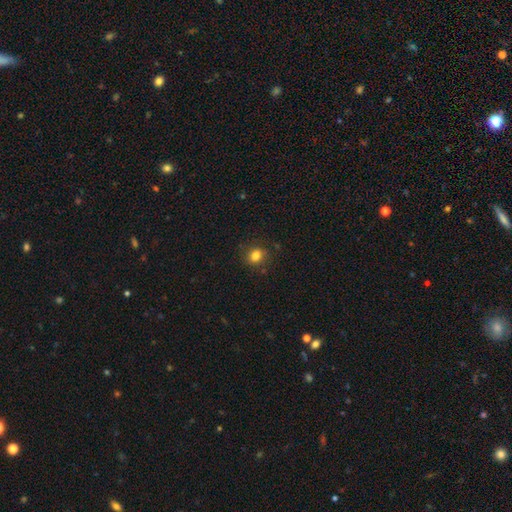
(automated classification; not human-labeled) The model was most divided on "how rounded": round: 72%, in between: 27%, cigar-shaped: 1%. More confident: merging — none (84%); smooth or featured — smooth (81%).